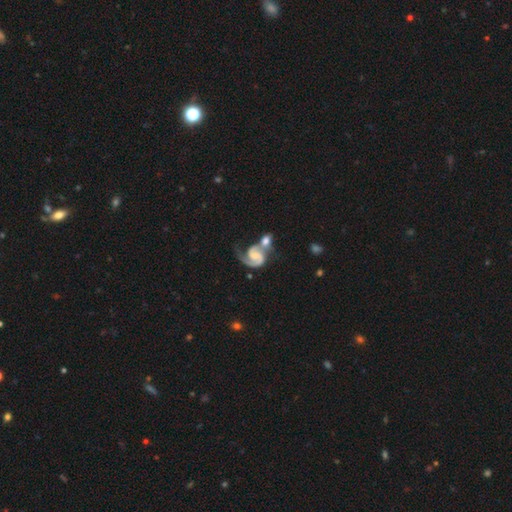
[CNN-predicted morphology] Smooth or featured?
  - featured or disk: 87% *
  - smooth: 8%
  - star or artifact: 5%
Edge-on disk?
  - no: 98% *
  - yes: 2%
Bar?
  - no: 47% *
  - weak: 40%
  - strong: 13%
Spiral arms?
  - yes: 97% *
  - no: 3%
Spiral winding?
  - medium: 50% *
  - tight: 31%
  - loose: 20%
Spiral arm count?
  - 2: 71% *
  - 1: 23%
  - can't tell: 3%
  - 3: 1%
  - 4: 1%
  - more than 4: 1%
Bulge size?
  - small: 44% *
  - moderate: 29%
  - none: 20%
  - large: 5%
  - dominant: 2%
Merging?
  - merger: 49% *
  - none: 26%
  - major disturbance: 13%
  - minor disturbance: 12%